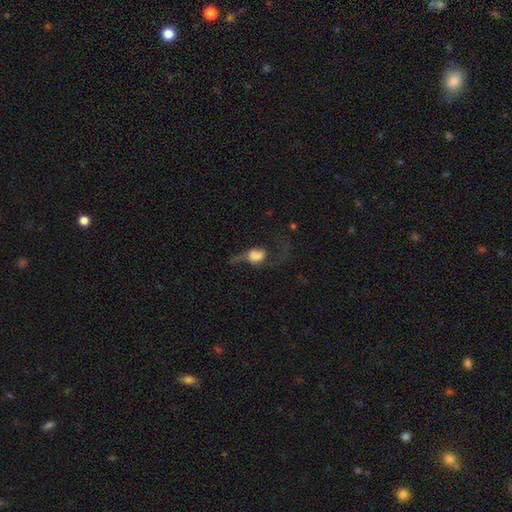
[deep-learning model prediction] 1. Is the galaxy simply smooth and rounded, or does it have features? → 45% featured or disk (tied), 45% smooth (tied), 10% star or artifact.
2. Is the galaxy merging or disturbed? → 49% major disturbance, 27% none, 16% minor disturbance, 7% merger.